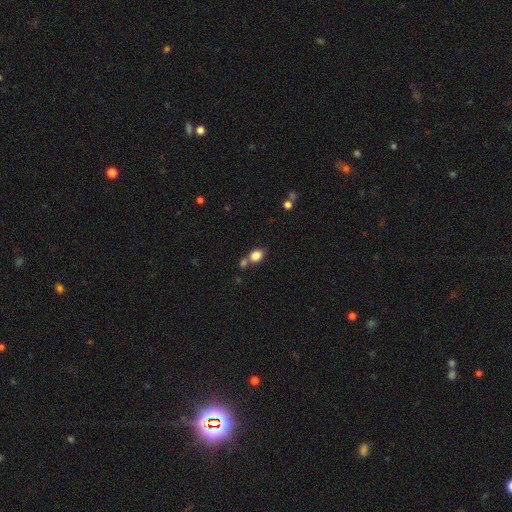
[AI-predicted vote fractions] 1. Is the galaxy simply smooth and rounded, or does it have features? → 83% smooth, 10% star or artifact, 6% featured or disk.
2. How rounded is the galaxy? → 61% in between, 38% round, 1% cigar-shaped.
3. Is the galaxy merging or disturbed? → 55% none, 28% merger, 13% minor disturbance, 4% major disturbance.